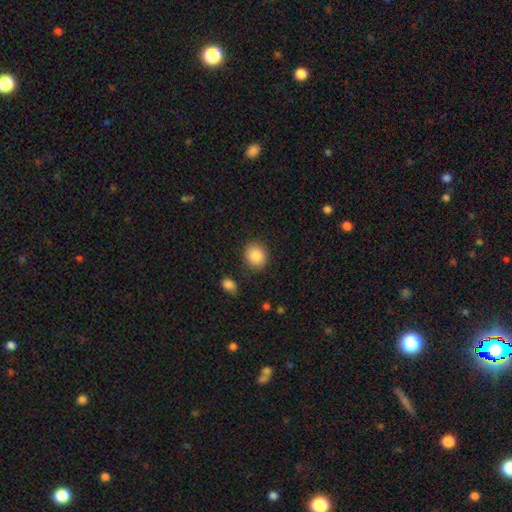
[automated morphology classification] The model was most divided on "how rounded": round: 71%, in between: 28%, cigar-shaped: 1%. More confident: smooth or featured — smooth (87%); merging — none (86%).